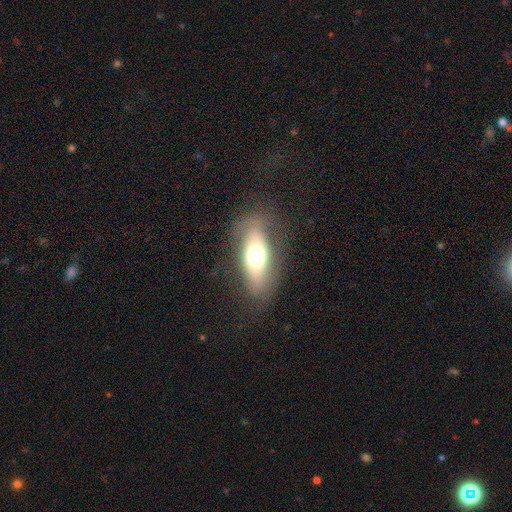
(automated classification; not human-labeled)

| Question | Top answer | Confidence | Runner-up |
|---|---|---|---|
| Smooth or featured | smooth | 55% | featured or disk (36%) |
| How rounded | in between | 78% | cigar-shaped (16%) |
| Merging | none | 74% | minor disturbance (16%) |